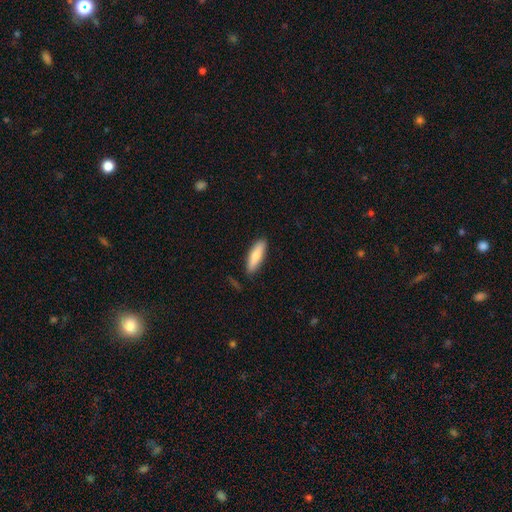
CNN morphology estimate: Overall: smooth (77%). How rounded: cigar-shaped (54%; in between 44%). Merging: none (85%).